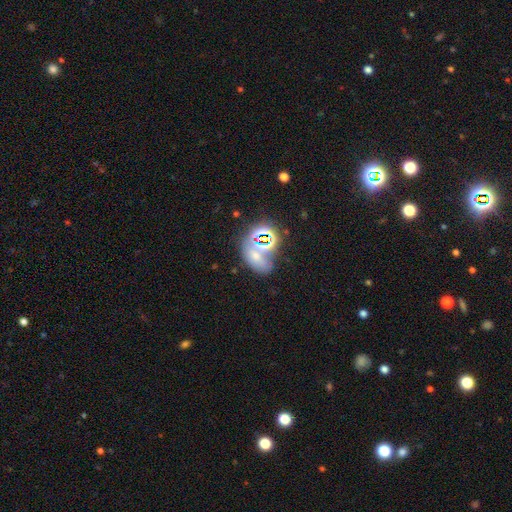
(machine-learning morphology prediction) Smooth or featured? Predicted: star or artifact (p=0.44).